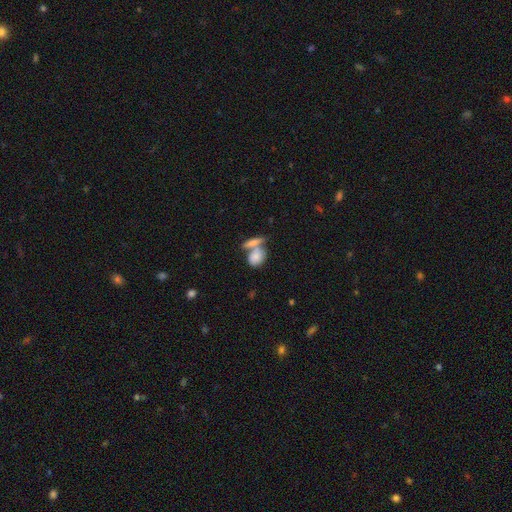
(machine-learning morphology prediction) Smooth or featured?
  - smooth: 77% *
  - featured or disk: 15%
  - star or artifact: 8%
How rounded?
  - in between: 60% *
  - round: 33%
  - cigar-shaped: 7%
Merging?
  - merger: 50% *
  - none: 35%
  - minor disturbance: 10%
  - major disturbance: 5%